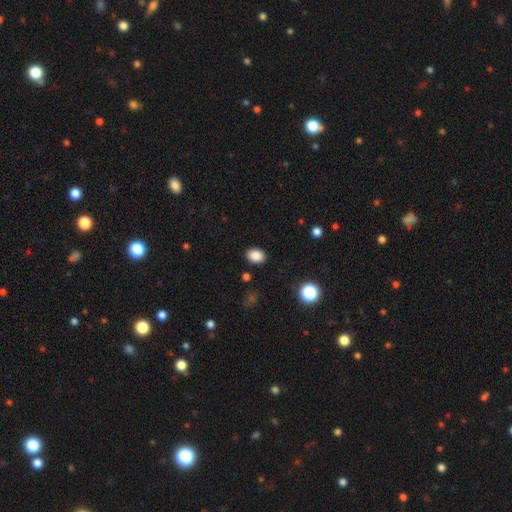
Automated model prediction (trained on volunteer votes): smooth_or_featured: smooth (p=0.87) [alt: star or artifact p=0.10]
how_rounded: in between (p=0.71) [alt: round p=0.28]
merging: none (p=0.88) [alt: minor disturbance p=0.08]